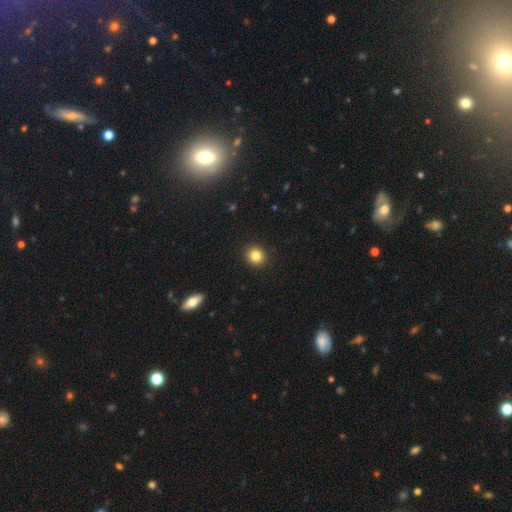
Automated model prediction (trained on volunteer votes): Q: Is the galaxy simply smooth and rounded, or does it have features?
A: smooth — 84%.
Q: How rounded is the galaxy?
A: round — 89%.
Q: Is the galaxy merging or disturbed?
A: none — 92%.